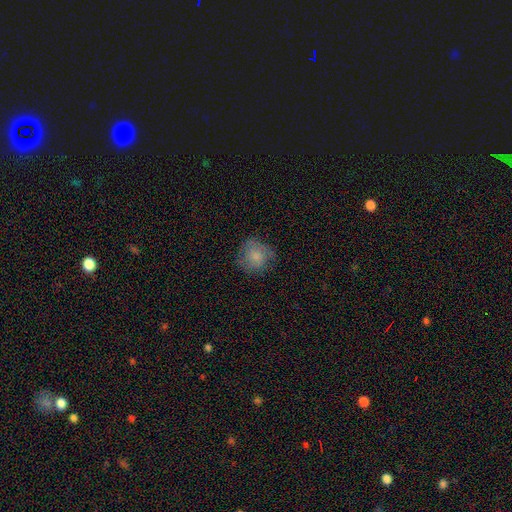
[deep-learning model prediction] Overall: smooth (74%). How rounded: round (84%). Merging: none (69%).